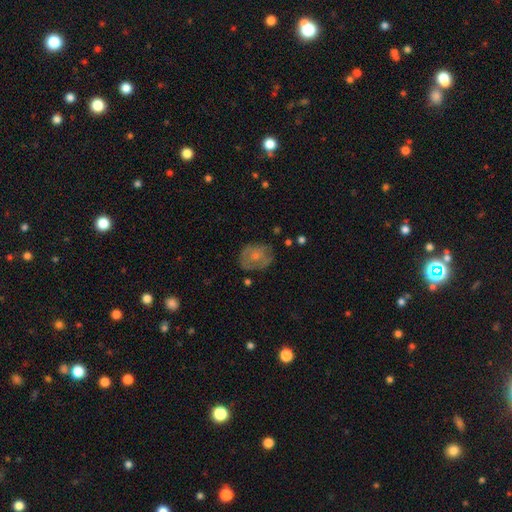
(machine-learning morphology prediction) smooth 57%, featured or disk 35%, star or artifact 8%. Down the decision tree: how rounded — round (57%); merging — none (63%).